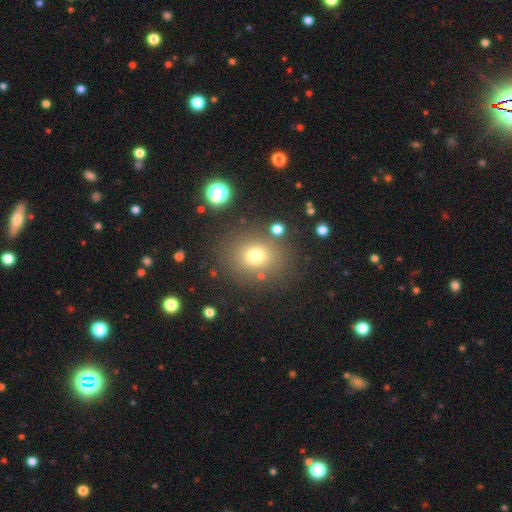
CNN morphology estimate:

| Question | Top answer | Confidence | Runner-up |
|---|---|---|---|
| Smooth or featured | smooth | 72% | star or artifact (17%) |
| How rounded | round | 69% | in between (30%) |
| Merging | none | 80% | minor disturbance (10%) |